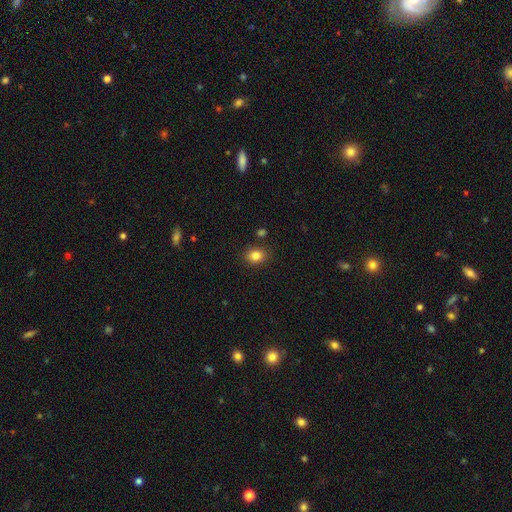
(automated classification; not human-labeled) Smooth or featured: smooth — 83% (star or artifact — 11%)
How rounded: in between — 50% (round — 49%)
Merging: none — 85% (minor disturbance — 9%)